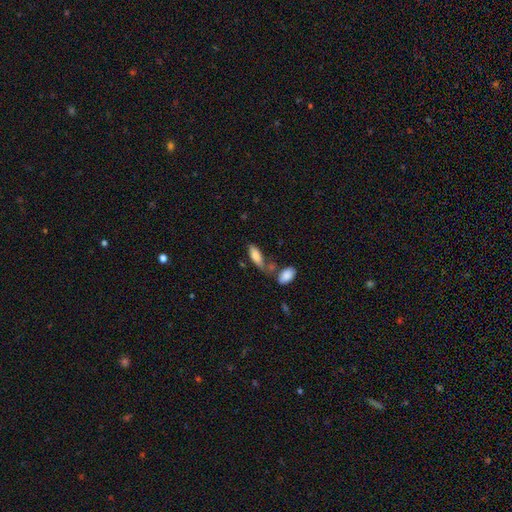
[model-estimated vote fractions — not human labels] Overall: smooth (81%). How rounded: in between (71%). Merging: none (48%; merger 25%).